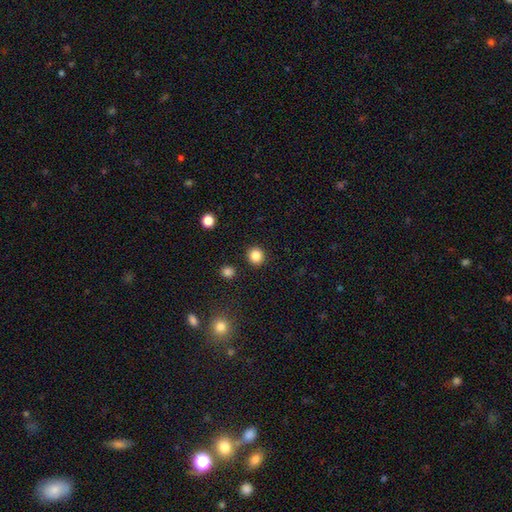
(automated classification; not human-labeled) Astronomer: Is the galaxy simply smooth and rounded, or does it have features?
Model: smooth — 85%.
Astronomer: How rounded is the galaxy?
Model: round — 91%.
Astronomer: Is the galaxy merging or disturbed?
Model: none — 91%.